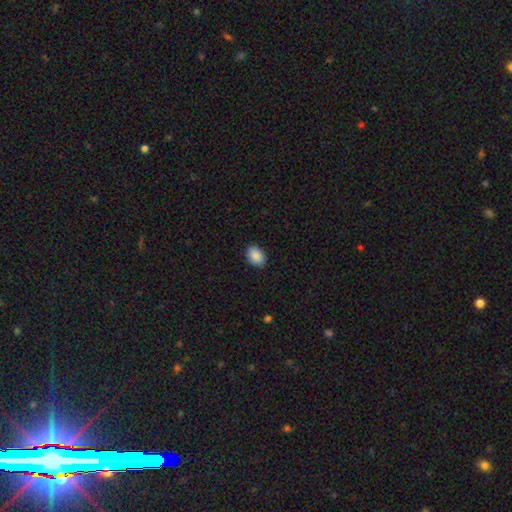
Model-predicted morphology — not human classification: smooth_or_featured: smooth (p=0.89) [alt: star or artifact p=0.07]
how_rounded: in between (p=0.78) [alt: round p=0.21]
merging: none (p=0.89) [alt: minor disturbance p=0.08]